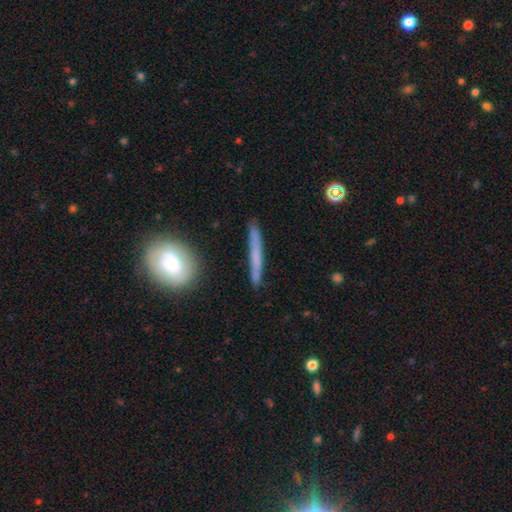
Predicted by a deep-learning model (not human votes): A smooth galaxy with no disk features (51%) that is cigar-shaped (92%). Merging: none (88%).